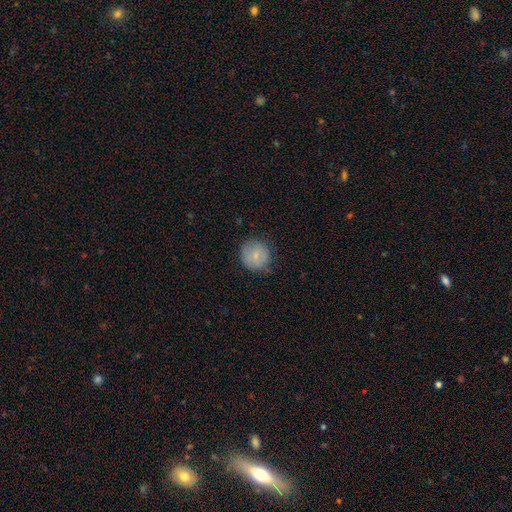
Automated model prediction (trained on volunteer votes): smooth 79%, featured or disk 13%, star or artifact 8%. Down the decision tree: how rounded — round (92%); merging — none (78%).